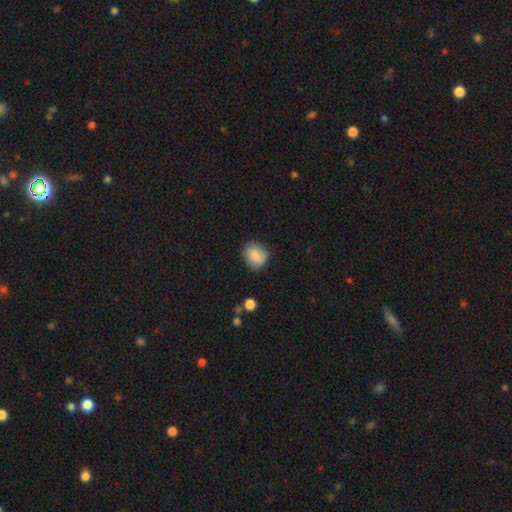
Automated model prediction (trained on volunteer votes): Morphology: type=smooth (84%); roundness=round (71%); merging=none (80%).